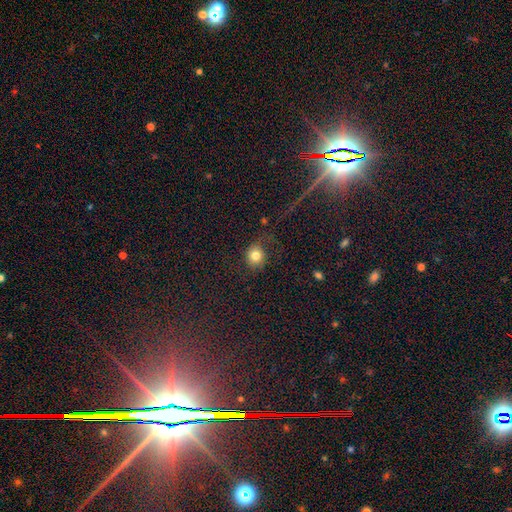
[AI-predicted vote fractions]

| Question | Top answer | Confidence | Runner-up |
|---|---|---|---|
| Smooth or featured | smooth | 77% | star or artifact (12%) |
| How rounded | round | 76% | in between (23%) |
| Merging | none | 67% | minor disturbance (17%) |